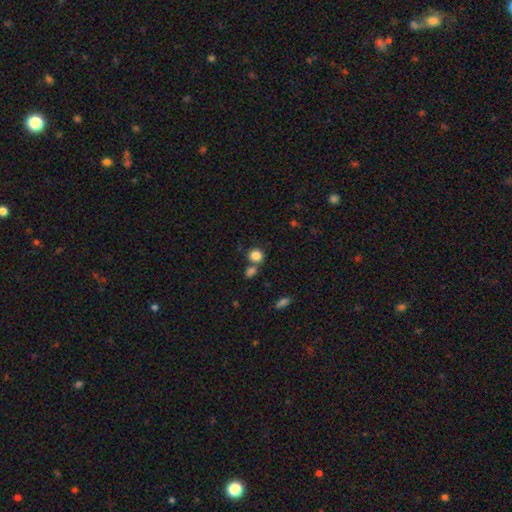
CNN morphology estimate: Smooth or featured? smooth (84%)
How rounded? round (76%)
Merging? none (57%)